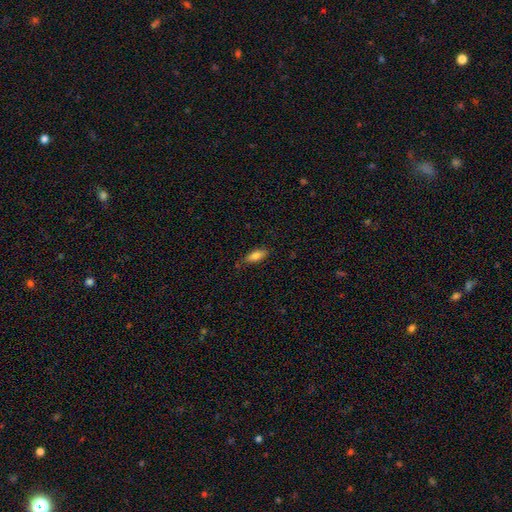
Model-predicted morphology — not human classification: Q: Smooth or featured?
A: smooth (81%); runner-up: featured or disk (12%)
Q: How rounded?
A: in between (71%); runner-up: cigar-shaped (27%)
Q: Merging?
A: none (78%); runner-up: minor disturbance (17%)